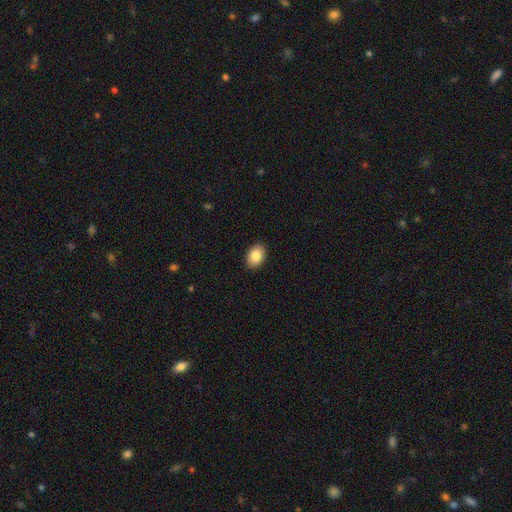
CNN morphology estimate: smooth-or-featured: smooth: 86% | star or artifact: 7% | featured or disk: 6%
  how-rounded: in between: 81% | round: 18% | cigar-shaped: 1%
  merging: none: 90% | minor disturbance: 7% | major disturbance: 2% | merger: 1%